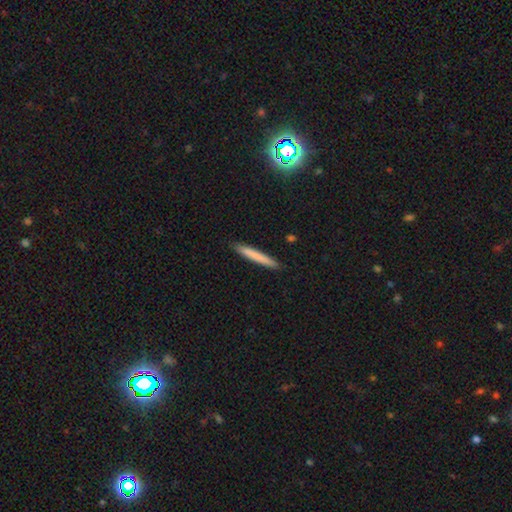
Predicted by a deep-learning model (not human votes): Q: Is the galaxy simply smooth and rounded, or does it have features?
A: smooth — 76%.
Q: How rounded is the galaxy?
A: cigar-shaped — 96%.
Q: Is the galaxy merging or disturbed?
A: none — 91%.